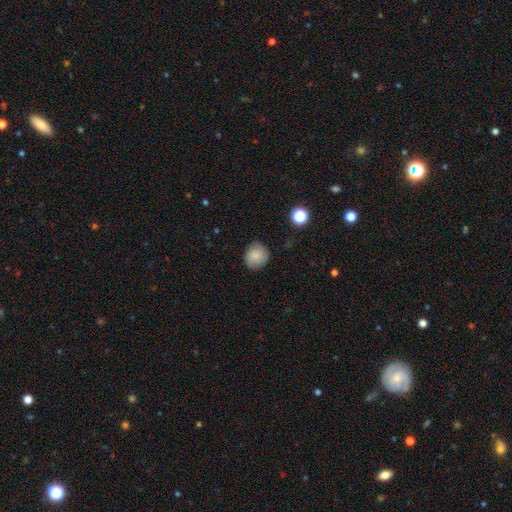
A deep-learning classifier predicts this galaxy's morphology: Q: Smooth or featured?
A: smooth (84%); runner-up: star or artifact (9%)
Q: How rounded?
A: round (82%); runner-up: in between (17%)
Q: Merging?
A: none (83%); runner-up: minor disturbance (13%)